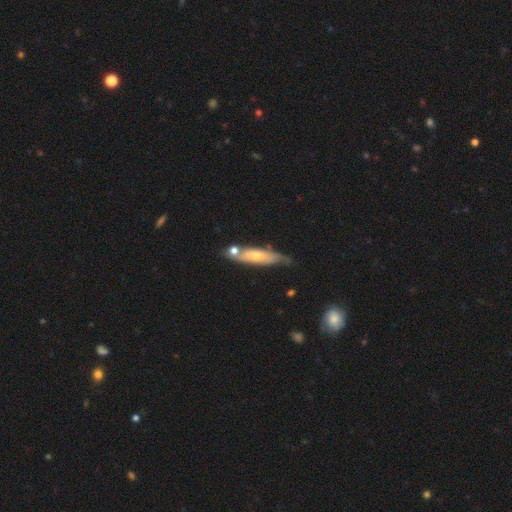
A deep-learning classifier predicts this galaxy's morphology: A smooth galaxy with no disk features (50%). Merging: none (54%).